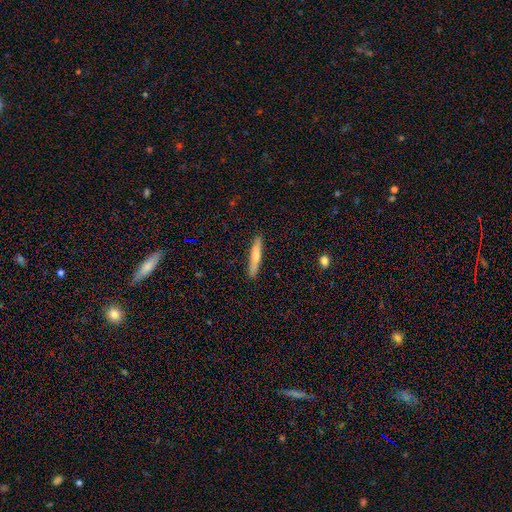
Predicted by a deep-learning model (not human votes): A smooth galaxy with no disk features (64%) that is cigar-shaped (91%). Merging: none (90%).